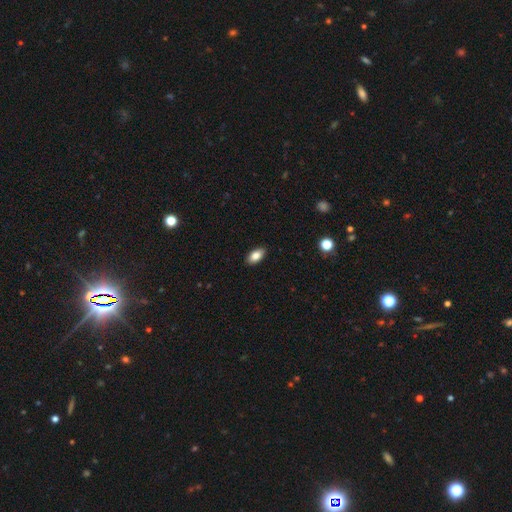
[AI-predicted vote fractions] Smooth or featured: smooth — 84% (featured or disk — 8%)
How rounded: in between — 92% (round — 4%)
Merging: none — 89% (minor disturbance — 8%)